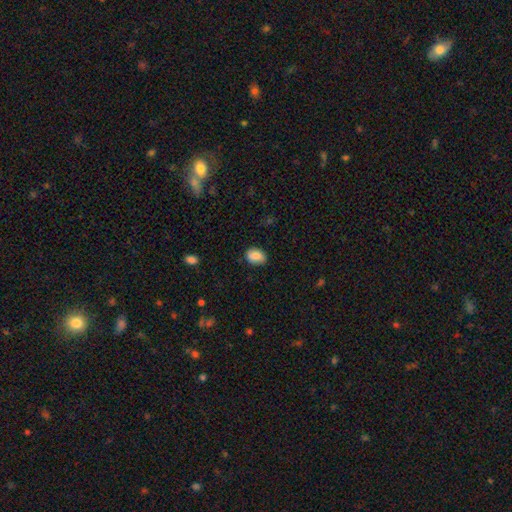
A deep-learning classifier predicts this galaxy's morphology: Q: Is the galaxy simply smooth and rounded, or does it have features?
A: smooth — 80%.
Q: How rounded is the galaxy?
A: in between — 76%.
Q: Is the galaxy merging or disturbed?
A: none — 84%.